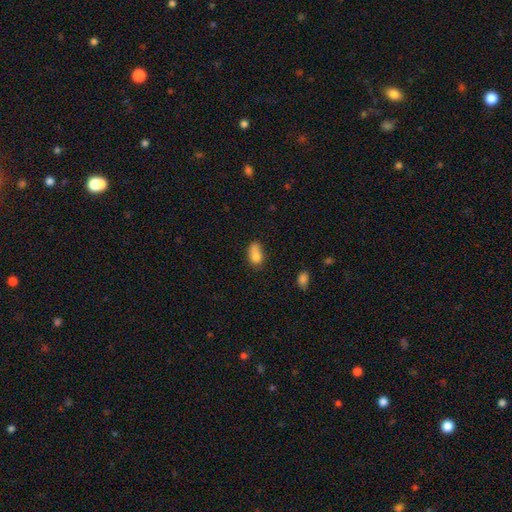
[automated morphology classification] The model was most divided on "merging": none: 40%, minor disturbance: 31%, merger: 16%, major disturbance: 13%. More confident: how rounded — in between (82%); smooth or featured — smooth (78%).